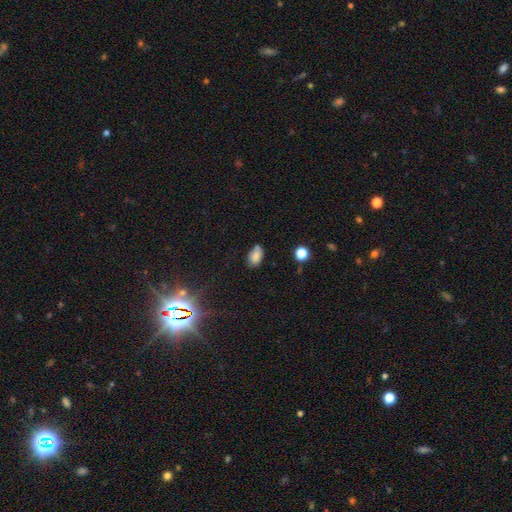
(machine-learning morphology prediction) smooth-or-featured: smooth: 81% | star or artifact: 12% | featured or disk: 7%
  how-rounded: in between: 90% | round: 8% | cigar-shaped: 2%
  merging: none: 64% | minor disturbance: 23% | merger: 8% | major disturbance: 5%